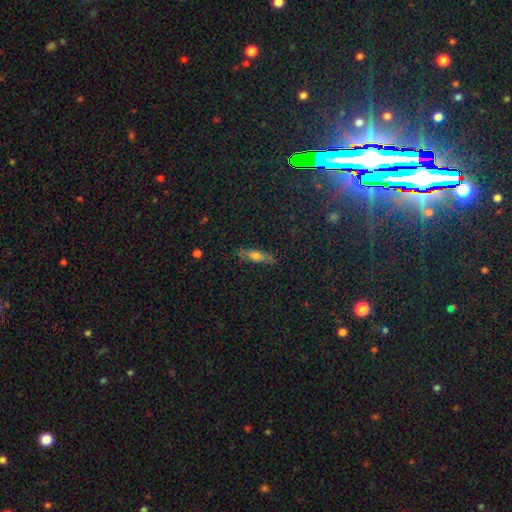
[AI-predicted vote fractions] A smooth galaxy with no disk features (48%).

Vote fractions:
- Smooth or featured? smooth: 48% / featured or disk: 40% / star or artifact: 12%
- Merging? none: 82% / minor disturbance: 14% / major disturbance: 3% / merger: 2%